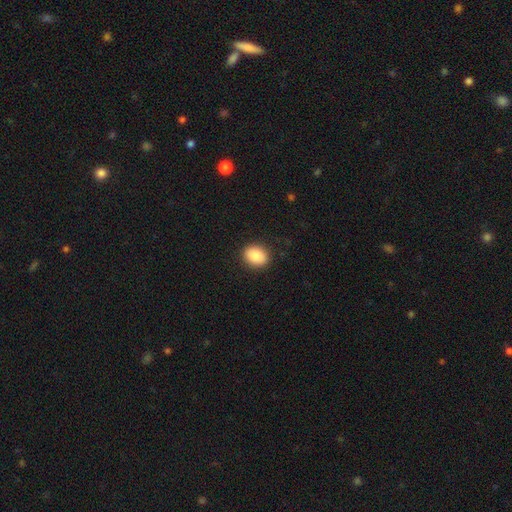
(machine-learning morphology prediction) This is clearly a smooth galaxy (88%). How rounded: possibly in between (60%). Merging: clearly none (89%).